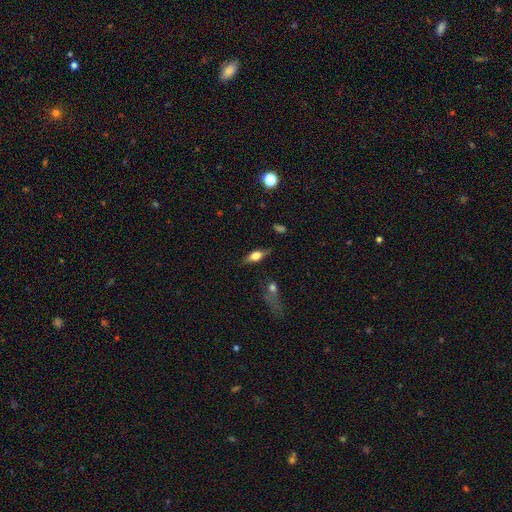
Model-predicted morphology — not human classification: smooth-or-featured: smooth: 53% | featured or disk: 38% | star or artifact: 8%
  how-rounded: in between: 69% | cigar-shaped: 25% | round: 6%
  merging: none: 72% | minor disturbance: 17% | major disturbance: 6% | merger: 5%